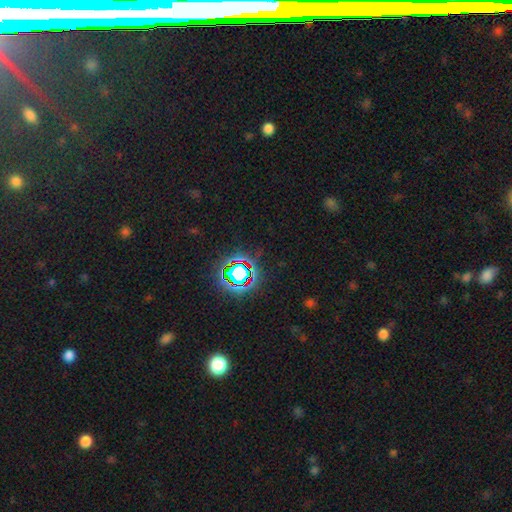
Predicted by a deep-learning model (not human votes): Smooth or featured? Predicted: star or artifact (p=0.69).